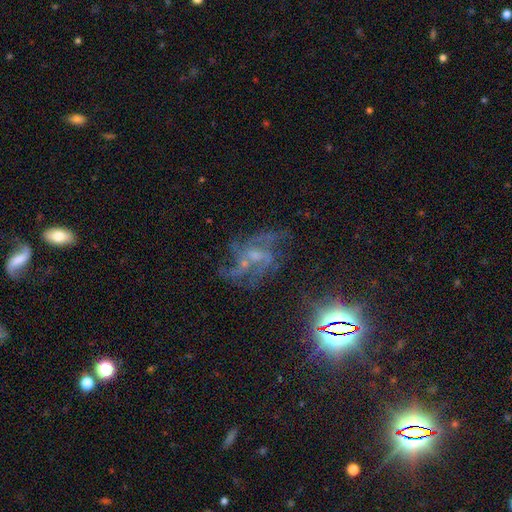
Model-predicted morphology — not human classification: type=featured or disk (69%); edge-on=no (97%); bar=no (60%); spiral arms=yes (85%); winding=medium (44%); arm count=3 (27%); bulge=small (52%); merging=none (55%).